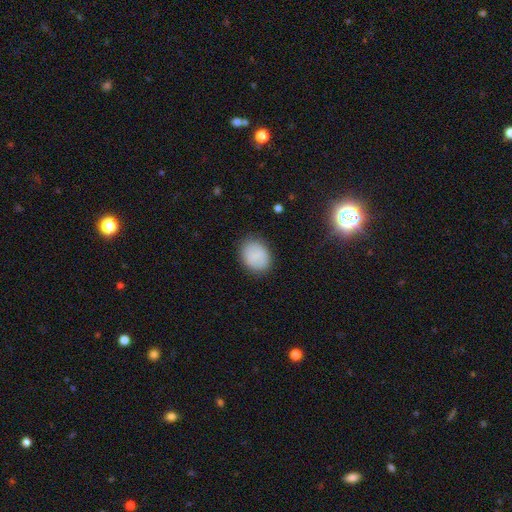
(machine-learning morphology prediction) This is likely a smooth galaxy (79%). How rounded: possibly in between (51%). Merging: clearly none (83%).